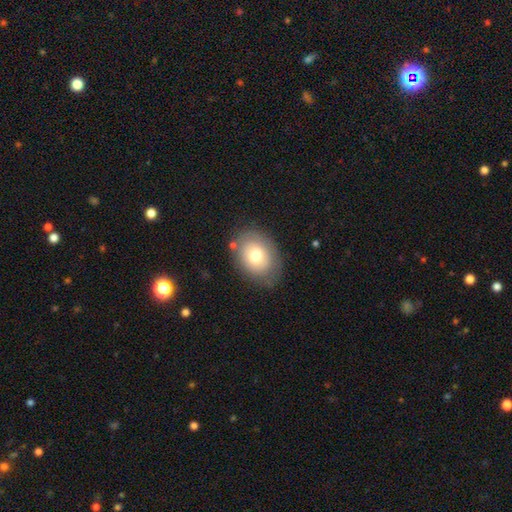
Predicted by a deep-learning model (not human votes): smooth-or-featured: smooth: 73% | featured or disk: 18% | star or artifact: 9%
  how-rounded: in between: 65% | round: 34% | cigar-shaped: 1%
  merging: none: 76% | minor disturbance: 16% | major disturbance: 5% | merger: 3%